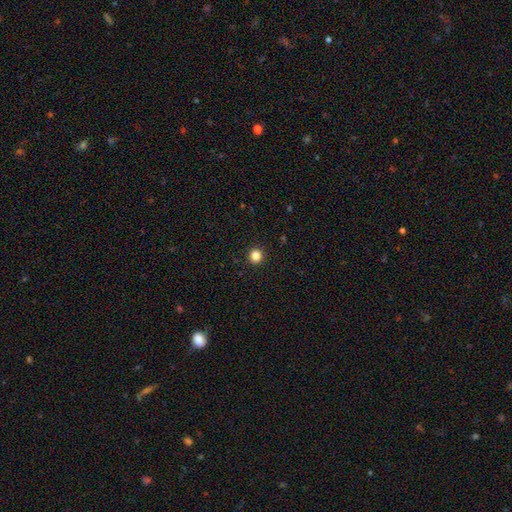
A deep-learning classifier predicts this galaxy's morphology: Overall: smooth (84%). How rounded: round (94%). Merging: none (94%).